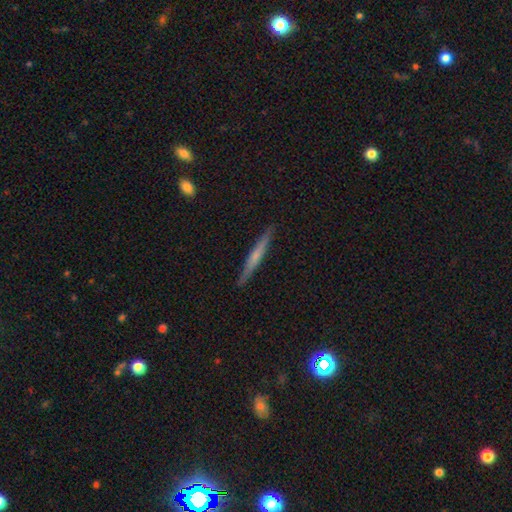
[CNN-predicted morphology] featured or disk 50%, smooth 45%, star or artifact 6%. Down the decision tree: merging — none (90%).